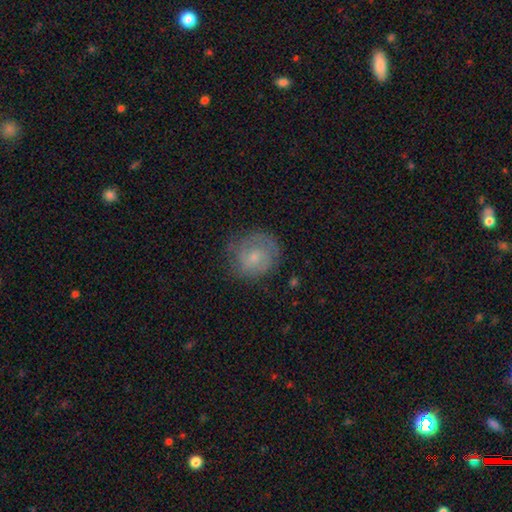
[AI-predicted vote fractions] The model was most divided on "smooth or featured": featured or disk: 49%, smooth: 43%, star or artifact: 8%. More confident: merging — none (72%).